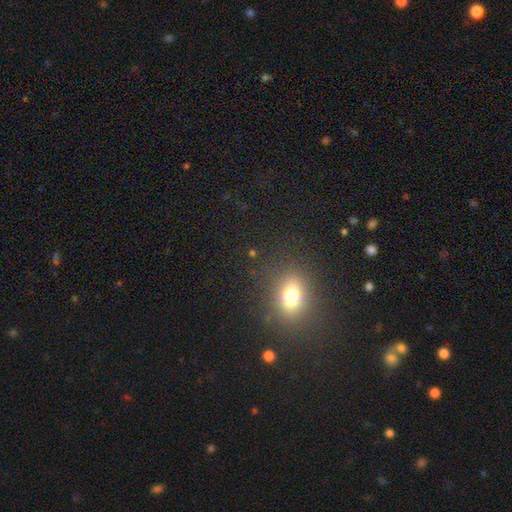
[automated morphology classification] smooth_or_featured: smooth (p=0.68) [alt: star or artifact p=0.22]
how_rounded: in between (p=0.62) [alt: round p=0.33]
merging: none (p=0.87) [alt: minor disturbance p=0.08]